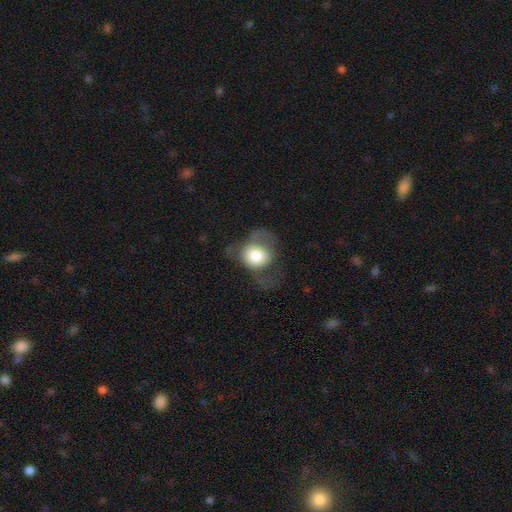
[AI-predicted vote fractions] smooth-or-featured: smooth: 66% | featured or disk: 26% | star or artifact: 8%
  how-rounded: round: 64% | in between: 35% | cigar-shaped: 1%
  merging: major disturbance: 41% | none: 33% | minor disturbance: 24% | merger: 2%